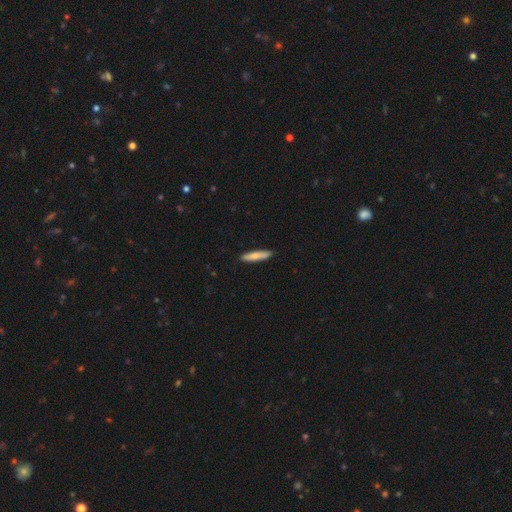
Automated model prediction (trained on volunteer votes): A smooth galaxy with no disk features (79%) that is cigar-shaped (87%). Merging: none (90%).